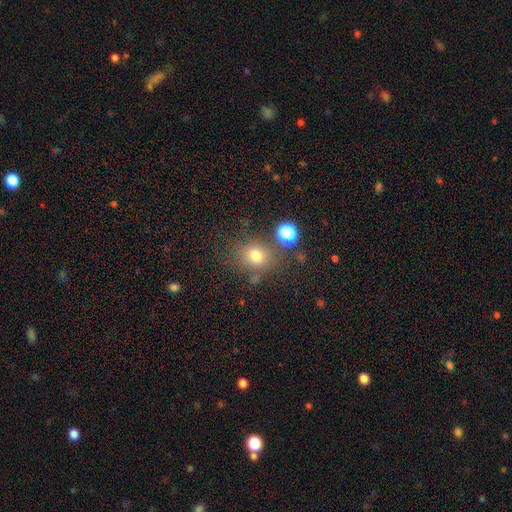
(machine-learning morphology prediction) This appears to be a smooth galaxy with no disk features (73%) that is round (73%). Merging: none (73%).